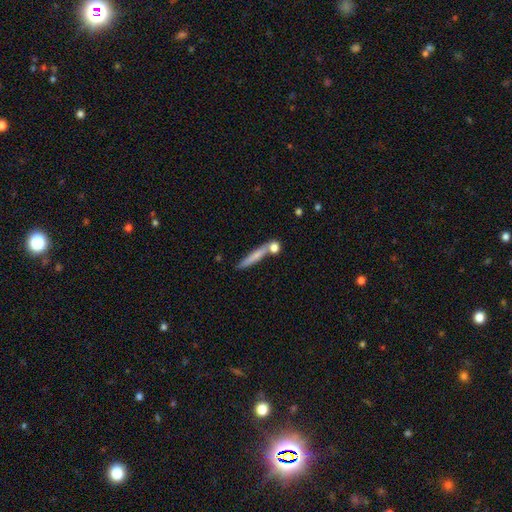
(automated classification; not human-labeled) Smooth or featured? smooth (67%)
How rounded? cigar-shaped (88%)
Merging? none (67%)